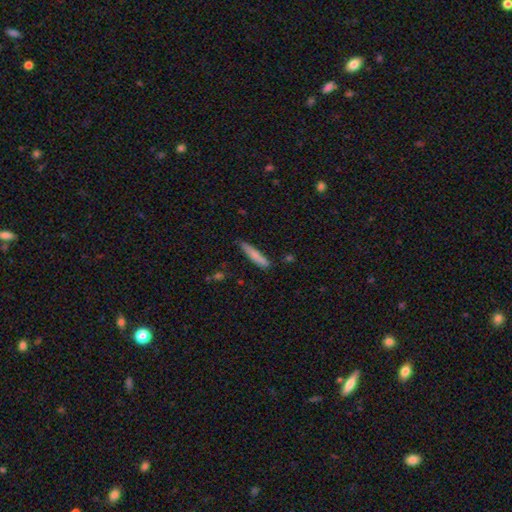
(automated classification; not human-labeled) smooth_or_featured: smooth (p=0.75) [alt: featured or disk p=0.19]
how_rounded: cigar-shaped (p=0.89) [alt: in between p=0.09]
merging: none (p=0.79) [alt: minor disturbance p=0.16]